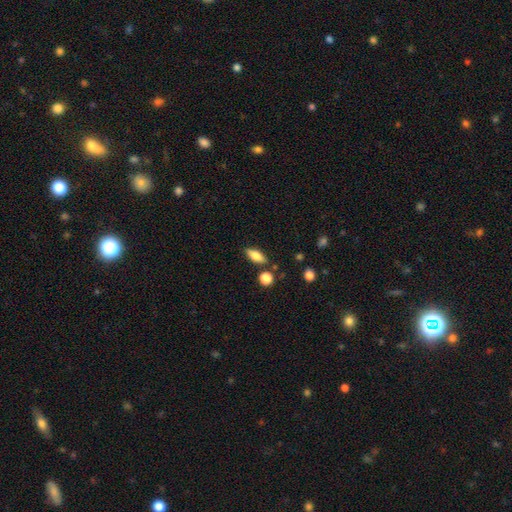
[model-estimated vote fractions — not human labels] A smooth galaxy with no disk features (74%) that is in between round and cigar-shaped (75%).

Vote fractions:
- Smooth or featured? smooth: 74% / featured or disk: 18% / star or artifact: 8%
- How rounded? in between: 75% / cigar-shaped: 20% / round: 5%
- Merging? none: 81% / minor disturbance: 11% / merger: 5% / major disturbance: 3%